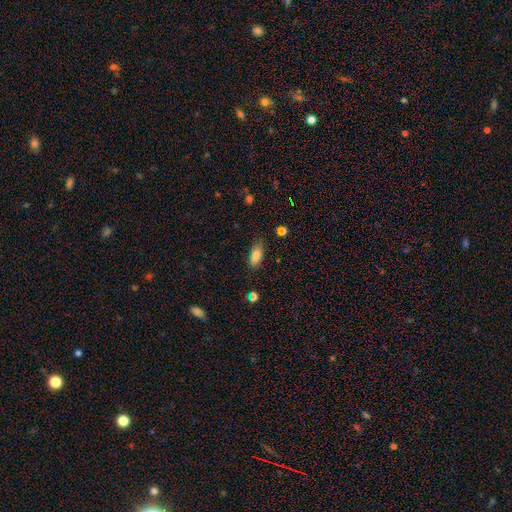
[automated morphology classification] Smooth or featured? Predicted: smooth (p=0.84). How rounded? Predicted: in between (p=0.84). Merging? Predicted: none (p=0.81).